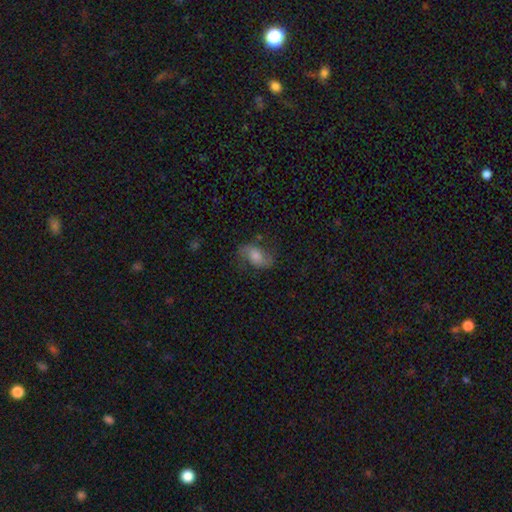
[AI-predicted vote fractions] Smooth or featured: smooth — 49% (featured or disk — 41%)
Merging: none — 71% (minor disturbance — 19%)